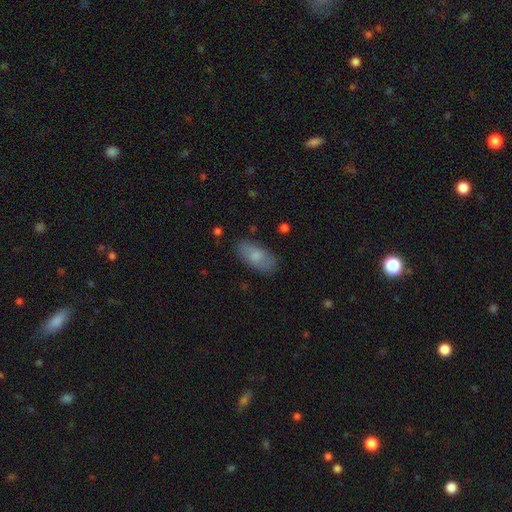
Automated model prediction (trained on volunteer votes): The model was most divided on "smooth or featured": smooth: 76%, featured or disk: 17%, star or artifact: 6%. More confident: how rounded — in between (90%); merging — none (82%).